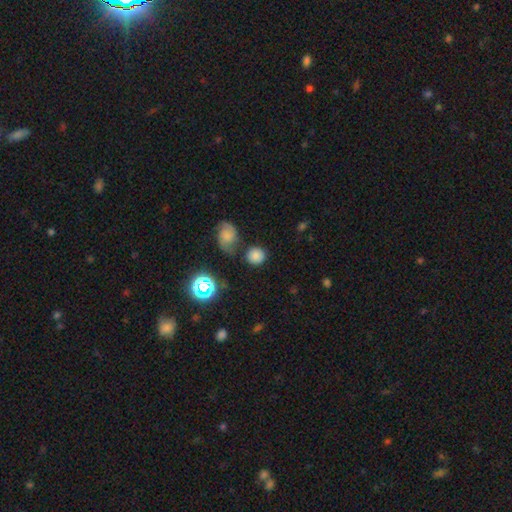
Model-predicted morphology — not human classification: type=smooth (77%); roundness=round (86%); merging=none (75%).